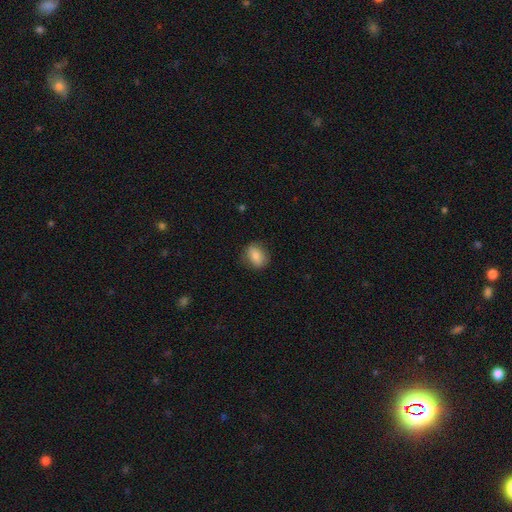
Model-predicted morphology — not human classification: A smooth galaxy with no disk features (80%) that is in between round and cigar-shaped (58%).

Vote fractions:
- Smooth or featured? smooth: 80% / featured or disk: 12% / star or artifact: 8%
- How rounded? in between: 58% / round: 40% / cigar-shaped: 2%
- Merging? none: 81% / minor disturbance: 15% / major disturbance: 4% / merger: 1%